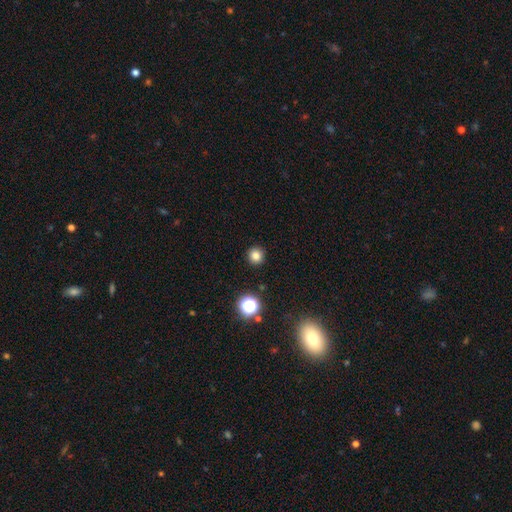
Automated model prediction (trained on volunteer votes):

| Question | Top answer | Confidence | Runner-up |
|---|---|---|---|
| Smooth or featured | smooth | 81% | star or artifact (14%) |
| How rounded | round | 94% | in between (5%) |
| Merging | none | 92% | minor disturbance (5%) |